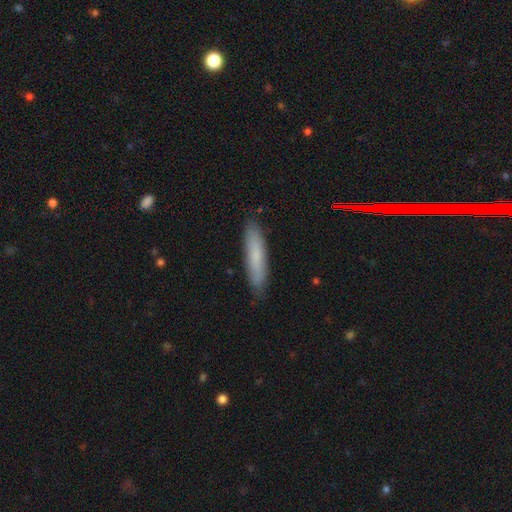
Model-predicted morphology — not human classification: type=smooth (73%); roundness=cigar-shaped (85%); merging=none (86%).